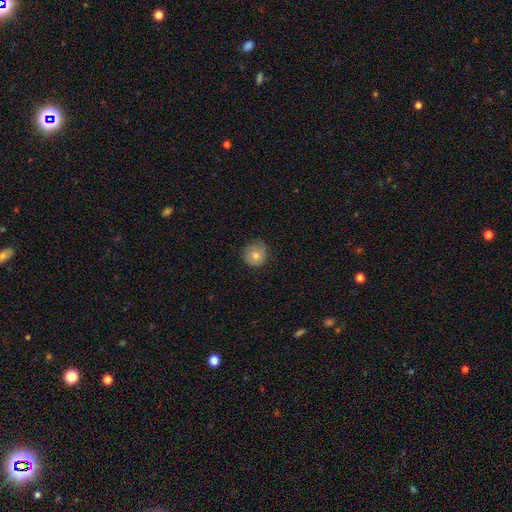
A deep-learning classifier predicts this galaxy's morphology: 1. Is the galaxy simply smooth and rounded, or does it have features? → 79% smooth, 11% featured or disk, 10% star or artifact.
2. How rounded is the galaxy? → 88% round, 11% in between, 1% cigar-shaped.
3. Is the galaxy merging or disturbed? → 72% none, 23% minor disturbance, 5% major disturbance, 1% merger.